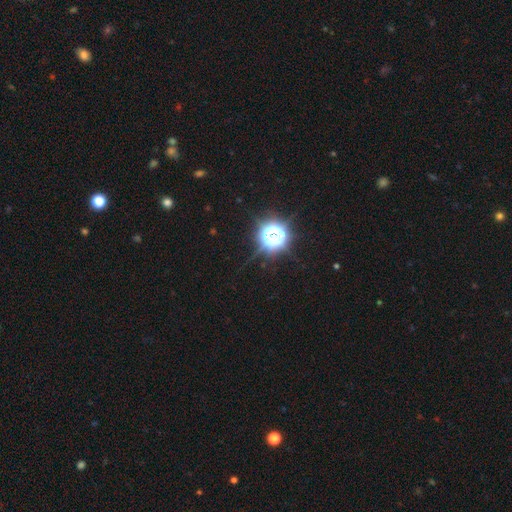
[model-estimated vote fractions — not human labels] This is clearly a star or artifact rather than a galaxy (80%).